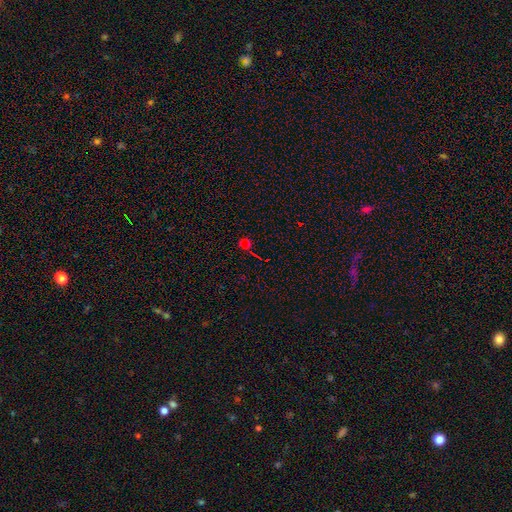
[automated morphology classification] The model was most divided on "smooth or featured": star or artifact: 56%, smooth: 35%, featured or disk: 9%.